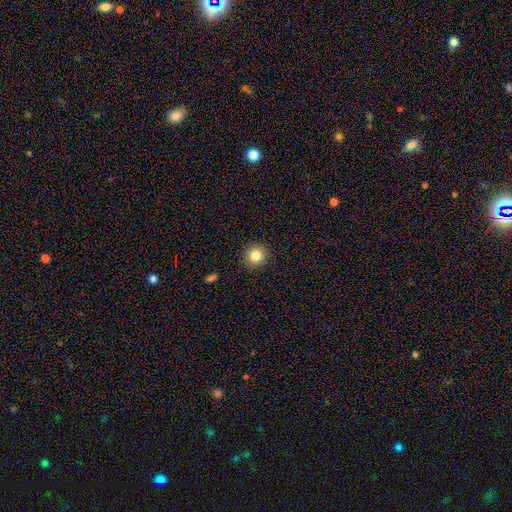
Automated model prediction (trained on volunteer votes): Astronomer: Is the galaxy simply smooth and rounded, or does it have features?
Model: smooth — 83%.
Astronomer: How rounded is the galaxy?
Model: round — 91%.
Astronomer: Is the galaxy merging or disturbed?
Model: none — 91%.